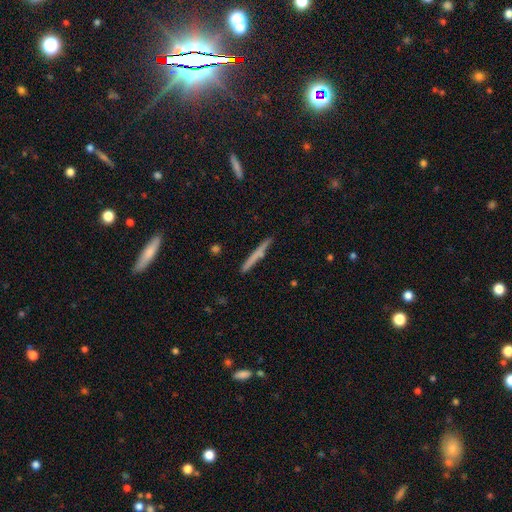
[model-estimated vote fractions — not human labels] Smooth or featured: smooth — 58% (featured or disk — 36%)
How rounded: cigar-shaped — 96% (in between — 2%)
Merging: none — 86% (minor disturbance — 10%)